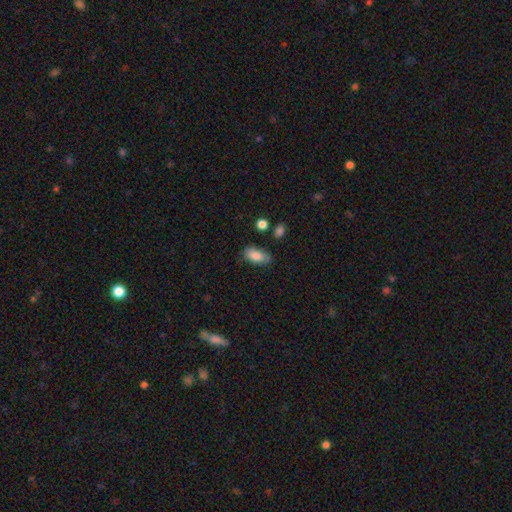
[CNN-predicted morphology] This is clearly a smooth galaxy (85%). How rounded: clearly in between (91%). Merging: likely none (70%).